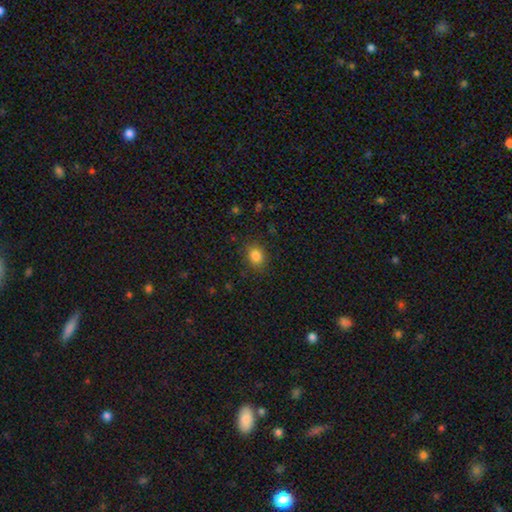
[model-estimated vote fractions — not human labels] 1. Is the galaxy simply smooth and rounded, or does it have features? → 84% smooth, 11% star or artifact, 5% featured or disk.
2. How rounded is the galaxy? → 52% in between, 47% round, 1% cigar-shaped.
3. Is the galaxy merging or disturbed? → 85% none, 11% minor disturbance, 3% major disturbance, 1% merger.